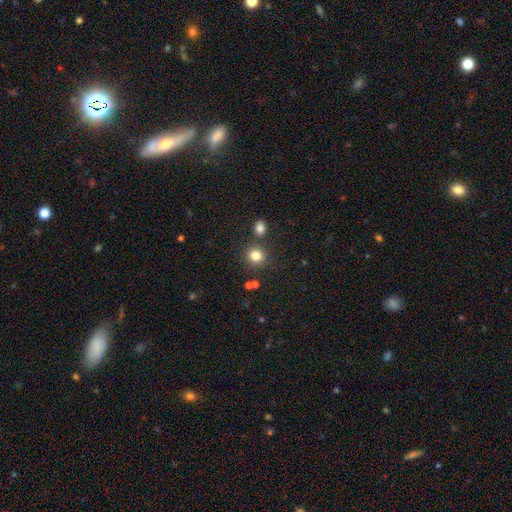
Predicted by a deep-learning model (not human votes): smooth 82%, star or artifact 12%, featured or disk 6%. Down the decision tree: how rounded — round (89%); merging — none (78%).